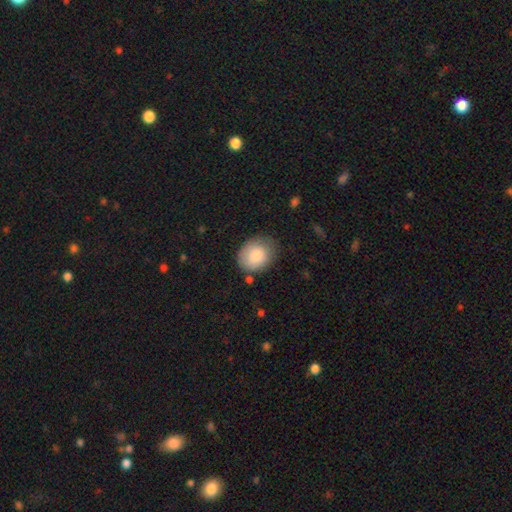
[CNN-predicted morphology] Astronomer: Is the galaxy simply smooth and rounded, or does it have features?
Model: smooth — 85%.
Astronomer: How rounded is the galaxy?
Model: in between — 51% (runner-up: round, 49%).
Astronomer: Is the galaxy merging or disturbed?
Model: none — 68%.